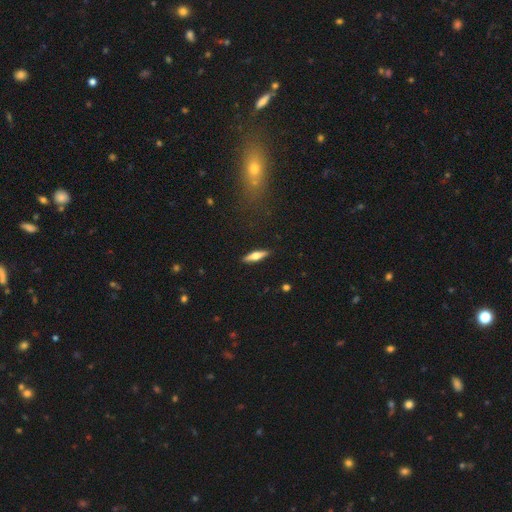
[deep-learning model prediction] smooth 49%, featured or disk 45%, star or artifact 6%. Down the decision tree: merging — none (90%).